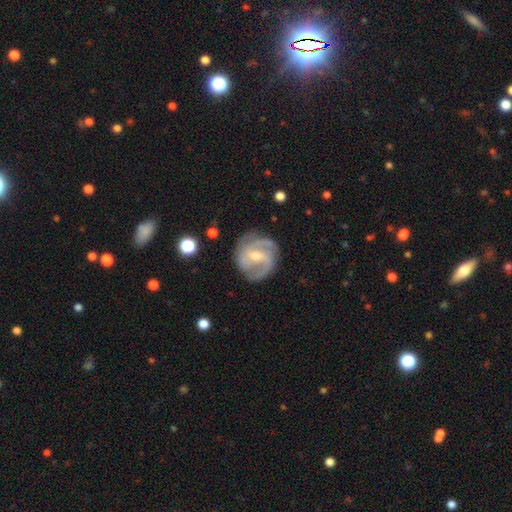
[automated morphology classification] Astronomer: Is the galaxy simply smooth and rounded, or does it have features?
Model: featured or disk — 86%.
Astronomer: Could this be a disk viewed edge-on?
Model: no — 97%.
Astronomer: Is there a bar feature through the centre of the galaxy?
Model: weak — 46% (runner-up: no, 29%).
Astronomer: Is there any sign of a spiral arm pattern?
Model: yes — 95%.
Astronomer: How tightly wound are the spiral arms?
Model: medium — 46% (runner-up: tight, 39%).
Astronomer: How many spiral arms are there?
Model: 2 — 38% (runner-up: 3, 35%).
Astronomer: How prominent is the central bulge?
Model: small — 49% (runner-up: moderate, 47%).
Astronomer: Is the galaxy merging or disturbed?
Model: none — 76%.